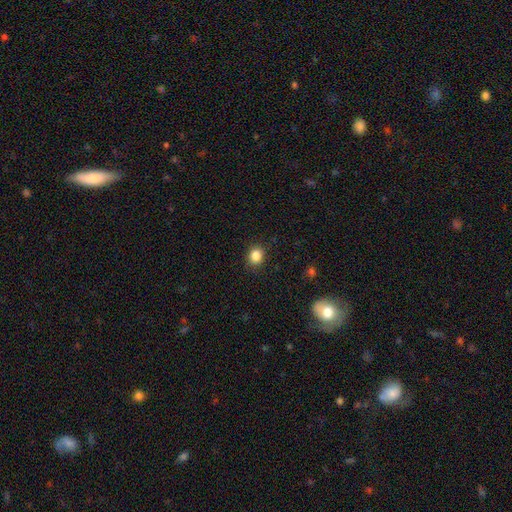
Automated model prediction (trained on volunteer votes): Smooth or featured?
  - smooth: 85% *
  - star or artifact: 11%
  - featured or disk: 4%
How rounded?
  - round: 75% *
  - in between: 24%
  - cigar-shaped: 1%
Merging?
  - none: 89% *
  - minor disturbance: 8%
  - major disturbance: 2%
  - merger: 1%